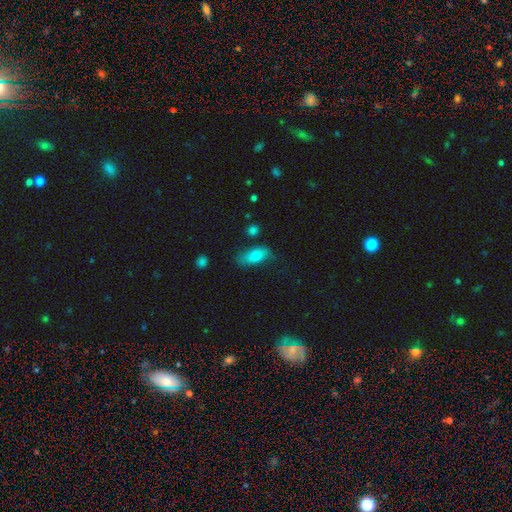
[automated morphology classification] smooth_or_featured: smooth (p=0.75) [alt: featured or disk p=0.17]
how_rounded: in between (p=0.86) [alt: cigar-shaped p=0.10]
merging: none (p=0.67) [alt: minor disturbance p=0.23]